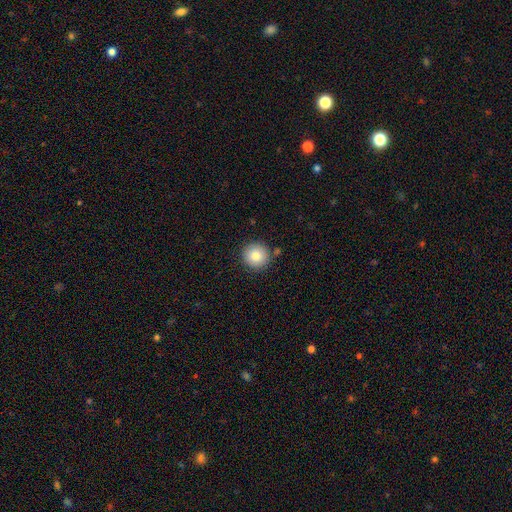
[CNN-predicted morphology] smooth_or_featured: smooth (p=0.83) [alt: star or artifact p=0.09]
how_rounded: round (p=0.95) [alt: in between p=0.04]
merging: none (p=0.87) [alt: minor disturbance p=0.08]